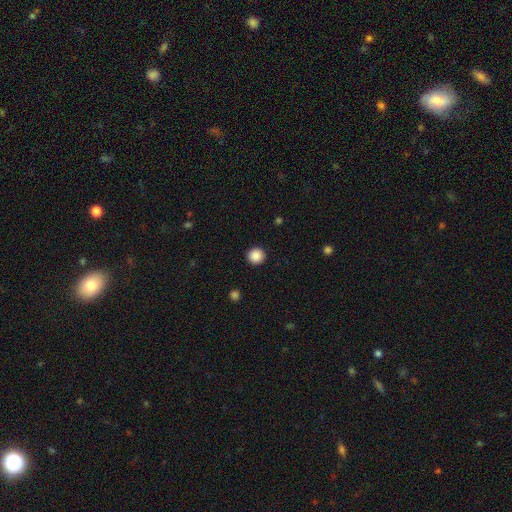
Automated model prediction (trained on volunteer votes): This is clearly a smooth galaxy (88%). How rounded: clearly round (96%). Merging: clearly none (93%).